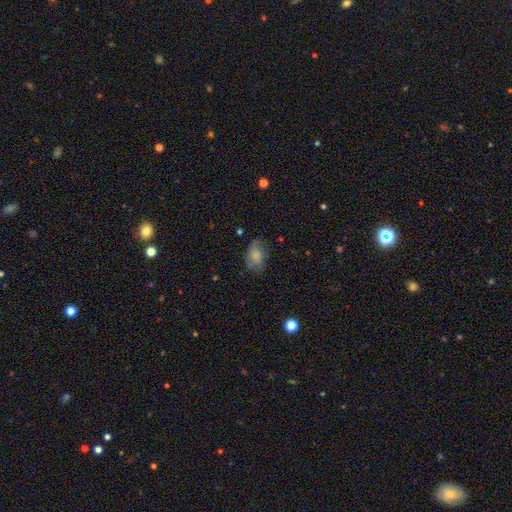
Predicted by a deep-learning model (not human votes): This is likely a smooth galaxy (75%). How rounded: clearly in between (85%). Merging: possibly none (59%).